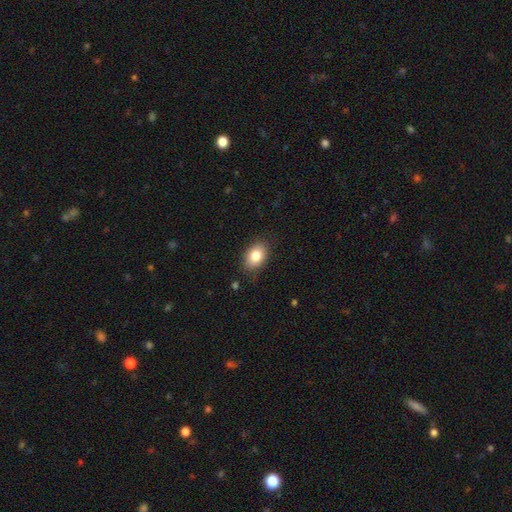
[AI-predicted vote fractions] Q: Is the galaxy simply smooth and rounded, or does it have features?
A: smooth — 83%.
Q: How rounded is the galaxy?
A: in between — 83%.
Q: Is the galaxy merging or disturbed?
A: none — 84%.